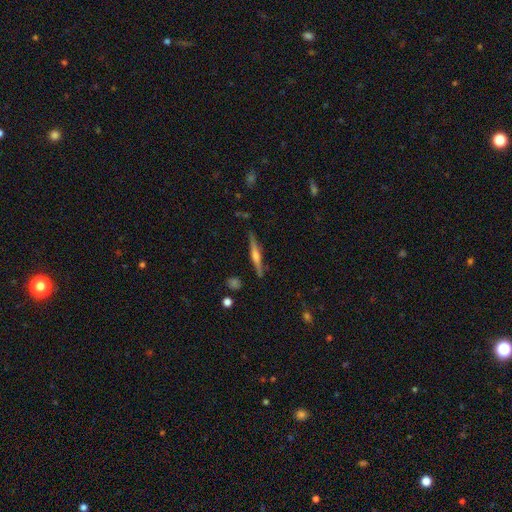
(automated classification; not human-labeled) Smooth or featured?
  - featured or disk: 68% *
  - smooth: 25%
  - star or artifact: 6%
Edge-on disk?
  - yes: 98% *
  - no: 2%
Edge-on bulge?
  - rounded: 80% *
  - boxy: 11%
  - none: 9%
Merging?
  - none: 88% *
  - minor disturbance: 9%
  - major disturbance: 2%
  - merger: 2%